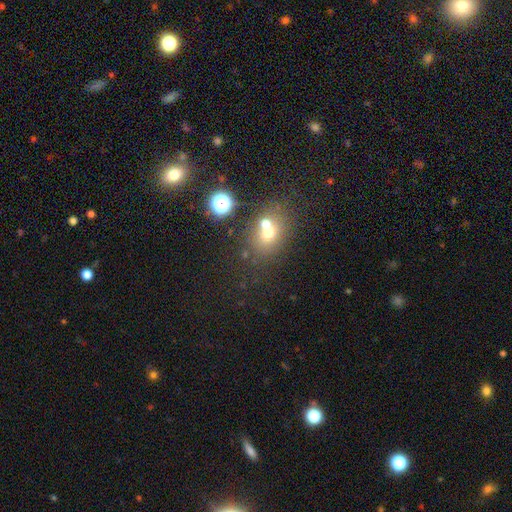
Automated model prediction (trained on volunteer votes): Morphology: type=smooth (57%); roundness=in between (58%); merging=none (71%).